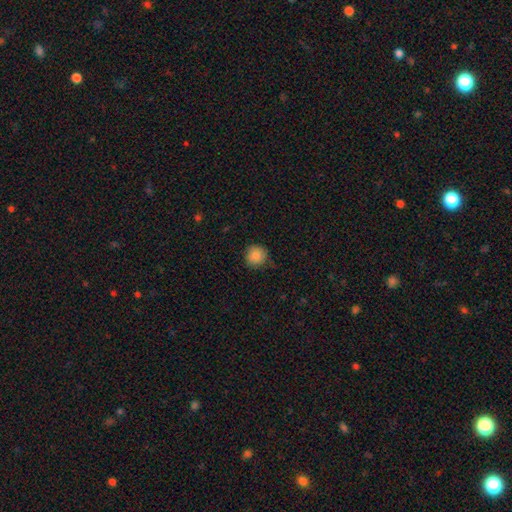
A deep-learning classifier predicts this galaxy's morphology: A smooth galaxy with no disk features (87%) that is round (92%). Merging: none (80%).